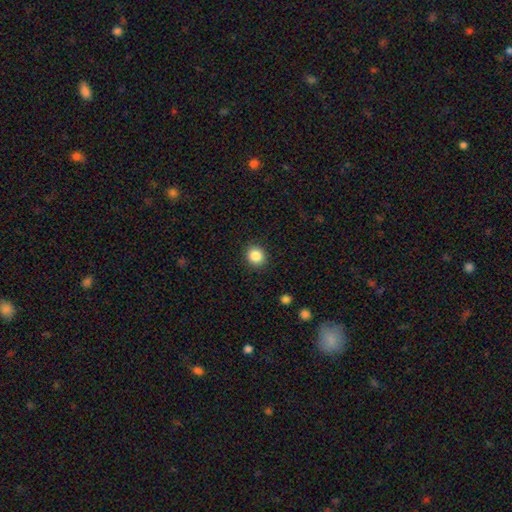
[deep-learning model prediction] Overall: smooth (86%). How rounded: round (86%). Merging: none (91%).